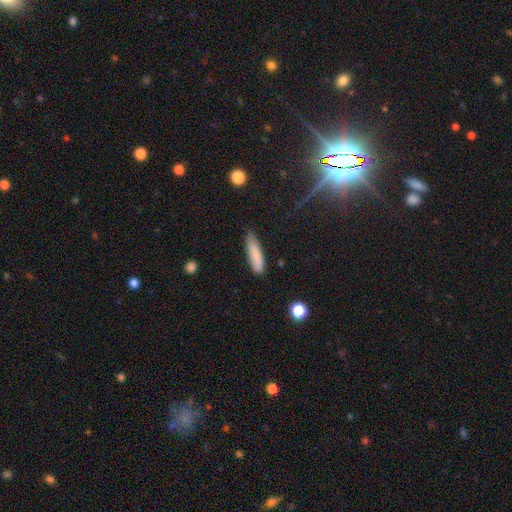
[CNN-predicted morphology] The model was most divided on "how rounded": cigar-shaped: 73%, in between: 26%, round: 2%. More confident: smooth or featured — smooth (84%); merging — none (77%).